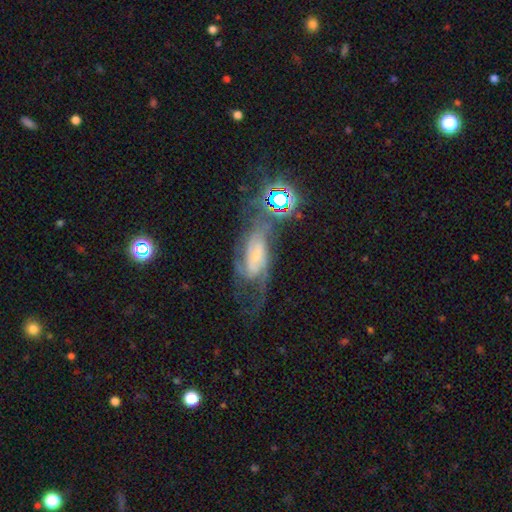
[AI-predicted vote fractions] Smooth or featured? featured or disk (75%)
Edge-on disk? no (94%)
Bar? no (54%)
Spiral arms? yes (92%)
Spiral winding? medium (45%)
Spiral arm count? 2 (36%)
Bulge size? small (69%)
Merging? none (41%)